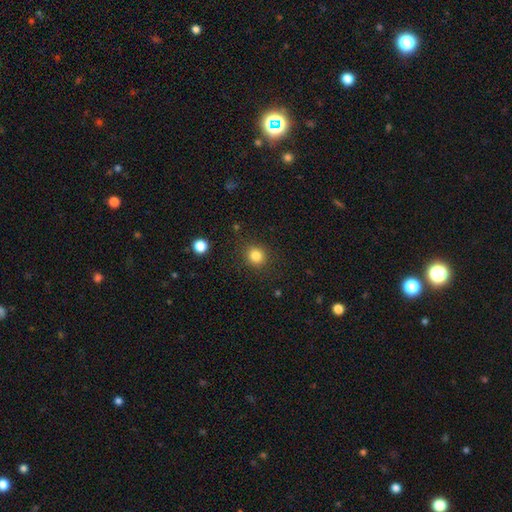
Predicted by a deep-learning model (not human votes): Smooth or featured? Predicted: smooth (p=0.83). How rounded? Predicted: round (p=0.88). Merging? Predicted: none (p=0.88).